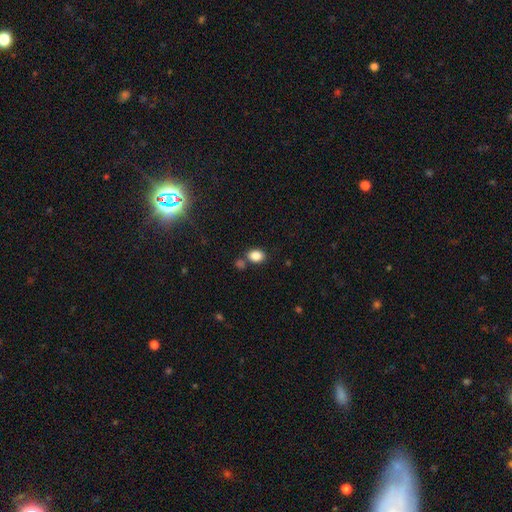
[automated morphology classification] Overall: smooth (85%). How rounded: in between (69%; round 30%). Merging: none (70%).